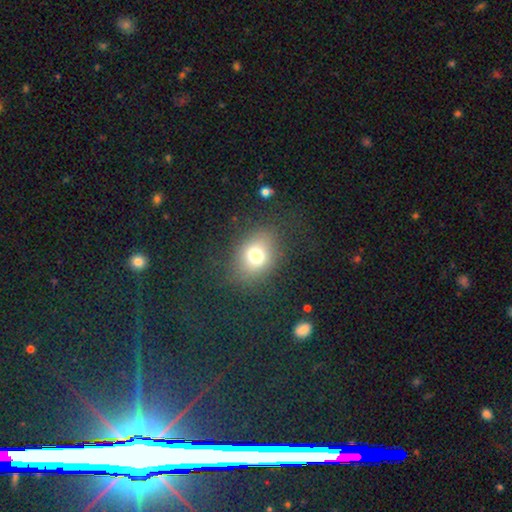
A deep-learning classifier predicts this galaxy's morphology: The model was most divided on "how rounded": in between: 52%, round: 47%, cigar-shaped: 1%. More confident: merging — none (76%); smooth or featured — smooth (72%).